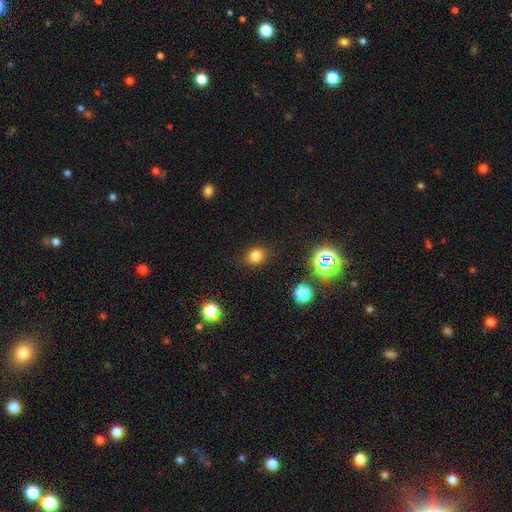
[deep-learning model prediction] smooth_or_featured: smooth (p=0.77) [alt: star or artifact p=0.17]
how_rounded: round (p=0.60) [alt: in between p=0.38]
merging: none (p=0.84) [alt: minor disturbance p=0.11]